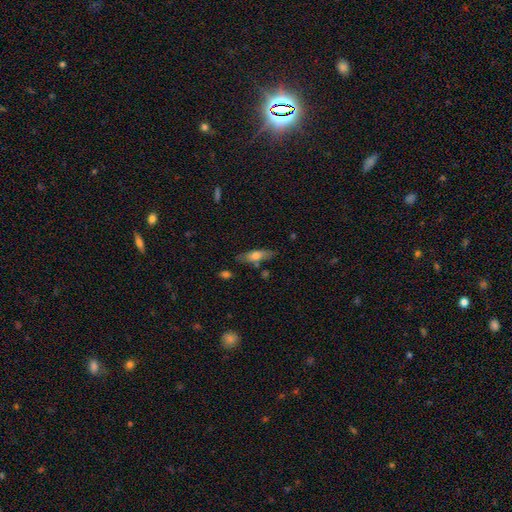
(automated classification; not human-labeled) A smooth galaxy with no disk features (63%) that is cigar-shaped (51%).

Vote fractions:
- Smooth or featured? smooth: 63% / featured or disk: 30% / star or artifact: 7%
- How rounded? cigar-shaped: 51% / in between: 47% / round: 3%
- Merging? none: 74% / minor disturbance: 16% / merger: 6% / major disturbance: 4%